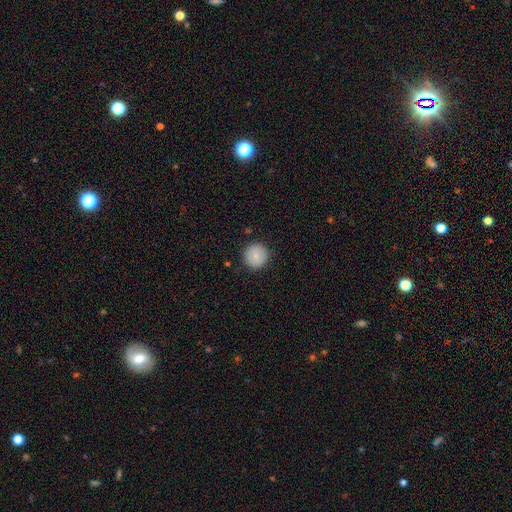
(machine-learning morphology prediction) type=smooth (84%); roundness=round (95%); merging=none (89%).